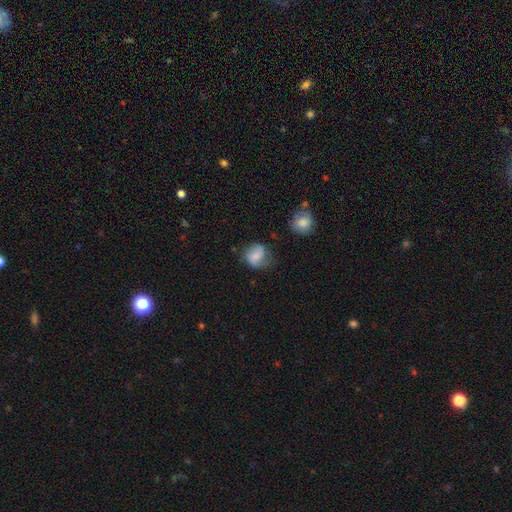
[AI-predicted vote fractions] smooth 59%, featured or disk 33%, star or artifact 9%. Down the decision tree: how rounded — round (66%); merging — none (55%).